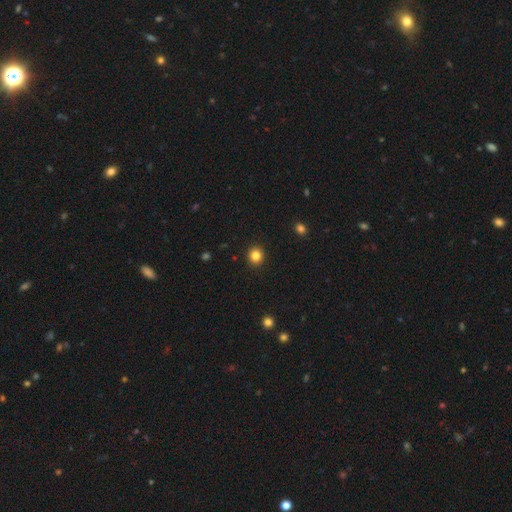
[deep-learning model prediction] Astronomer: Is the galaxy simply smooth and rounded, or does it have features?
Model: smooth — 84%.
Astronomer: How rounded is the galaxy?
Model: round — 87%.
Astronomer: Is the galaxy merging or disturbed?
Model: none — 93%.